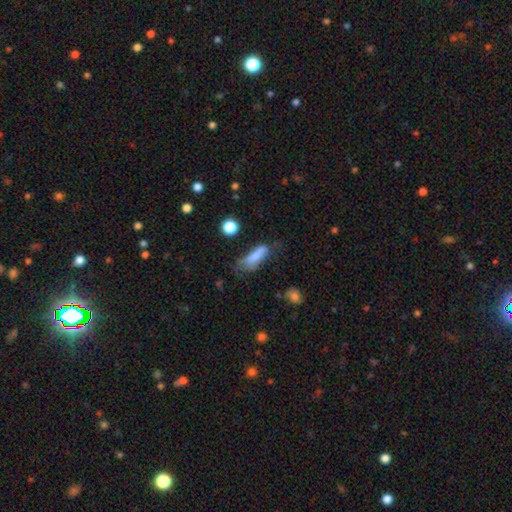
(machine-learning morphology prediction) type=smooth (72%); roundness=in between (53%); merging=none (34%).